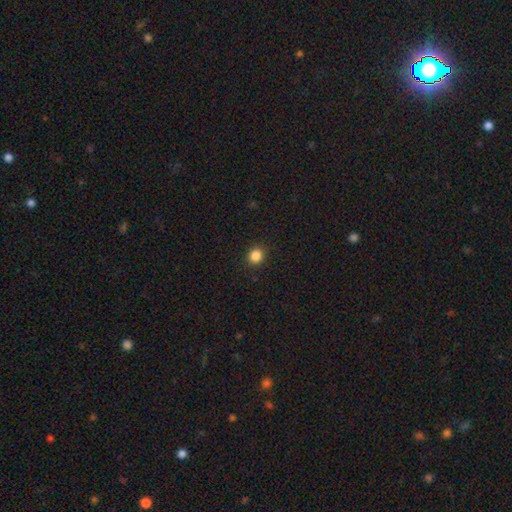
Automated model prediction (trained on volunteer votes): A smooth galaxy with no disk features (86%) that is round (83%).

Vote fractions:
- Smooth or featured? smooth: 86% / star or artifact: 11% / featured or disk: 3%
- How rounded? round: 83% / in between: 16% / cigar-shaped: 1%
- Merging? none: 91% / minor disturbance: 6% / major disturbance: 2% / merger: 1%